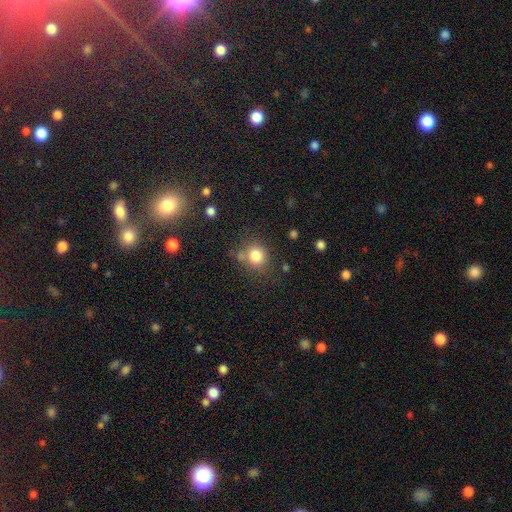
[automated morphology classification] A smooth galaxy with no disk features (81%) that is round (82%). Merging: none (68%).